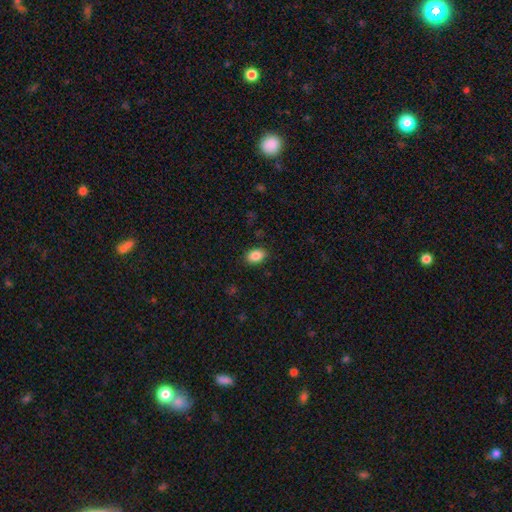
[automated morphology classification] smooth 87%, star or artifact 8%, featured or disk 5%. Down the decision tree: how rounded — in between (87%); merging — none (88%).